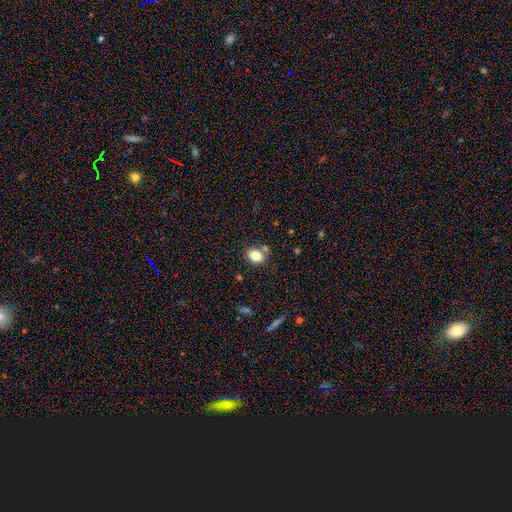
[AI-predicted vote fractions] A smooth galaxy with no disk features (81%) that is in between round and cigar-shaped (63%).

Vote fractions:
- Smooth or featured? smooth: 81% / star or artifact: 10% / featured or disk: 9%
- How rounded? in between: 63% / round: 36% / cigar-shaped: 1%
- Merging? none: 72% / merger: 13% / minor disturbance: 13% / major disturbance: 3%